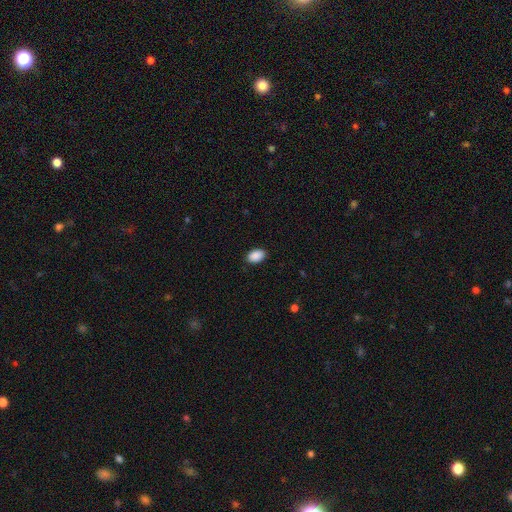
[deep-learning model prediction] Morphology: type=smooth (90%); roundness=in between (86%); merging=none (87%).